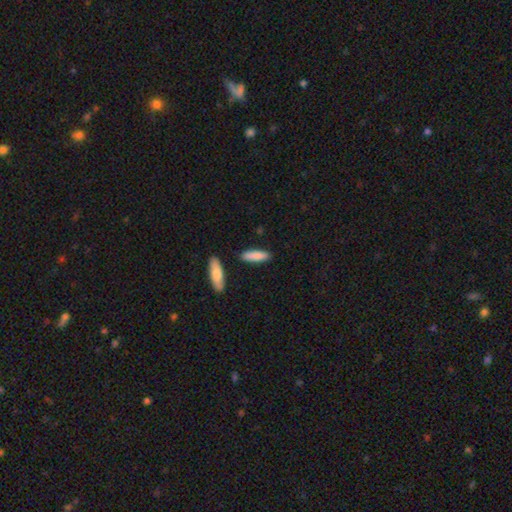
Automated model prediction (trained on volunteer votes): smooth_or_featured: smooth (p=0.85) [alt: featured or disk p=0.10]
how_rounded: cigar-shaped (p=0.61) [alt: in between p=0.37]
merging: none (p=0.84) [alt: minor disturbance p=0.09]